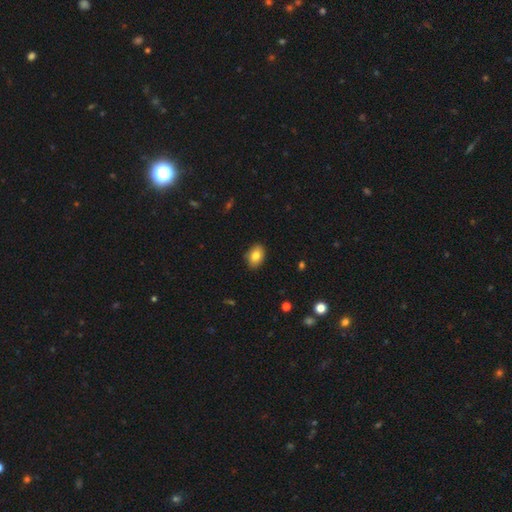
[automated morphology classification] Smooth or featured? smooth (81%)
How rounded? in between (80%)
Merging? none (88%)